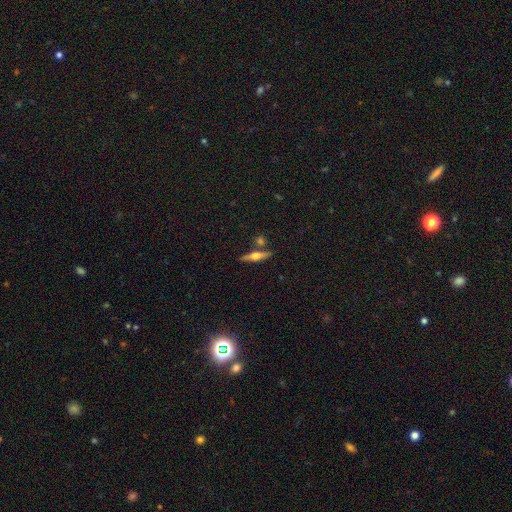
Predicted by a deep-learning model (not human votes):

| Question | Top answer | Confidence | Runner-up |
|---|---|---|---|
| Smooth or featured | featured or disk | 70% | smooth (23%) |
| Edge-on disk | yes | 97% | no (3%) |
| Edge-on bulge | rounded | 91% | boxy (7%) |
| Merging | none | 80% | minor disturbance (9%) |